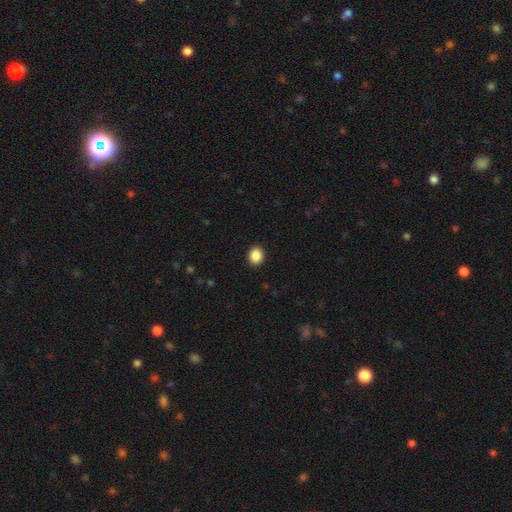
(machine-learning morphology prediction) Smooth or featured? smooth (89%)
How rounded? round (62%)
Merging? none (91%)